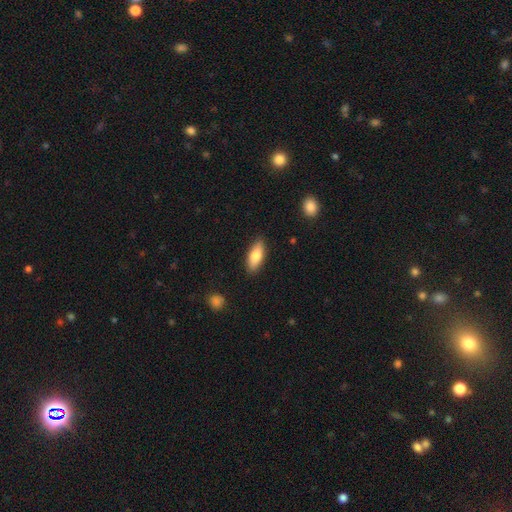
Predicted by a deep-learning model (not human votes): The model was most divided on "how rounded": in between: 73%, cigar-shaped: 25%, round: 2%. More confident: merging — none (87%); smooth or featured — smooth (79%).